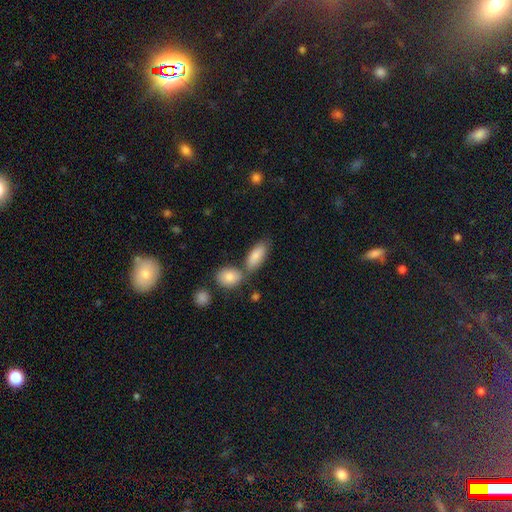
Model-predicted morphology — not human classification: Smooth or featured: smooth — 84% (featured or disk — 10%)
How rounded: in between — 83% (cigar-shaped — 14%)
Merging: none — 53% (merger — 29%)